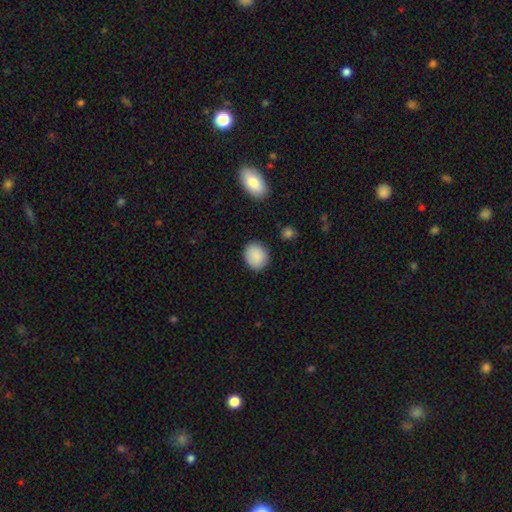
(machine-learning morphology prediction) smooth 89%, star or artifact 7%, featured or disk 4%. Down the decision tree: how rounded — round (65%); merging — none (87%).